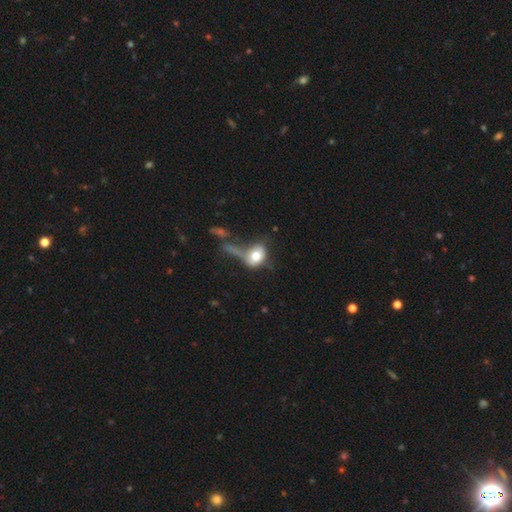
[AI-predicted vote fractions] smooth_or_featured: smooth (p=0.69) [alt: featured or disk p=0.22]
how_rounded: in between (p=0.64) [alt: round p=0.33]
merging: major disturbance (p=0.34) [alt: merger p=0.24]